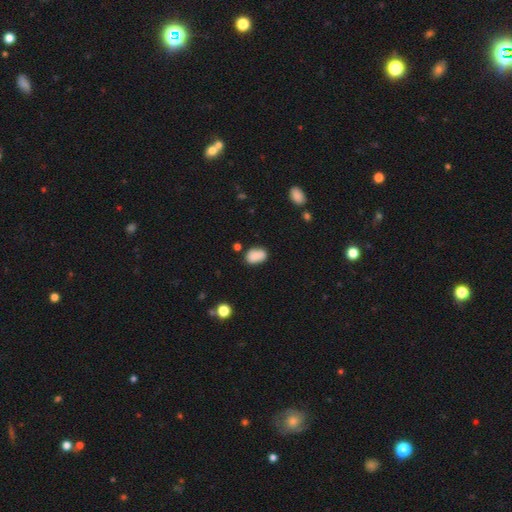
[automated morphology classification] Overall: smooth (86%). How rounded: in between (87%). Merging: none (71%).